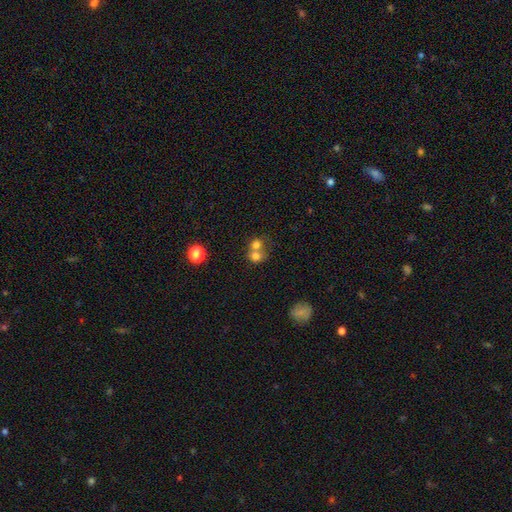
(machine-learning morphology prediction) Smooth or featured? smooth (72%)
How rounded? round (75%)
Merging? merger (62%)